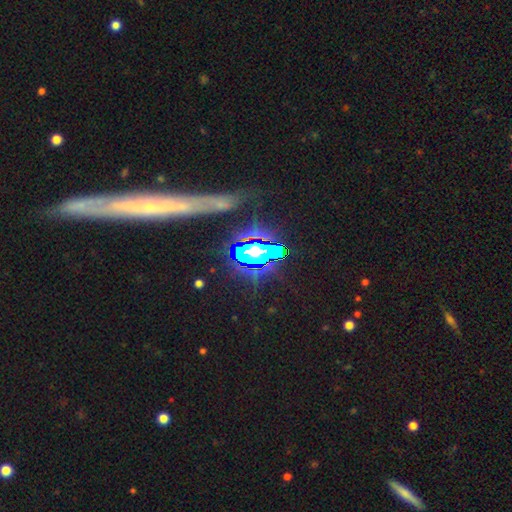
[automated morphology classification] The model was most divided on "smooth or featured": star or artifact: 61%, featured or disk: 21%, smooth: 19%.